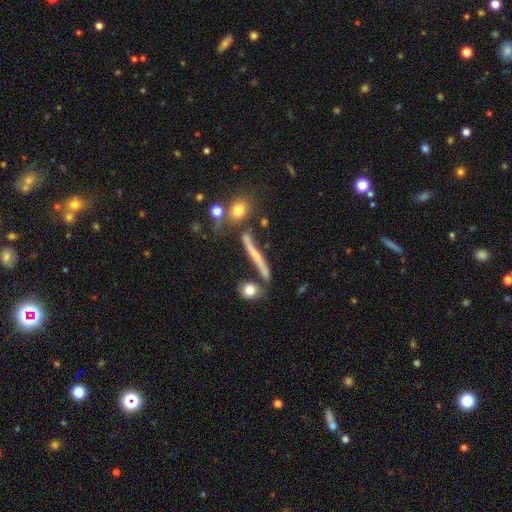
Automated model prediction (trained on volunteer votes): Smooth or featured?
  - featured or disk: 52% *
  - smooth: 37%
  - star or artifact: 10%
Edge-on disk?
  - yes: 83% *
  - no: 17%
Merging?
  - none: 64% *
  - minor disturbance: 18%
  - merger: 11%
  - major disturbance: 7%